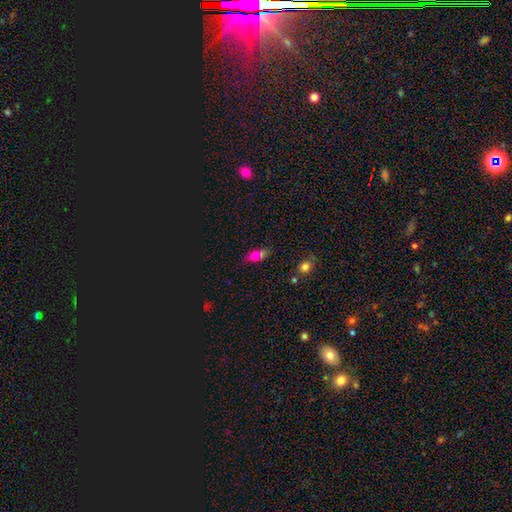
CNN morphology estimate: Smooth or featured? Predicted: smooth (p=0.68). How rounded? Predicted: in between (p=0.73). Merging? Predicted: none (p=0.59).